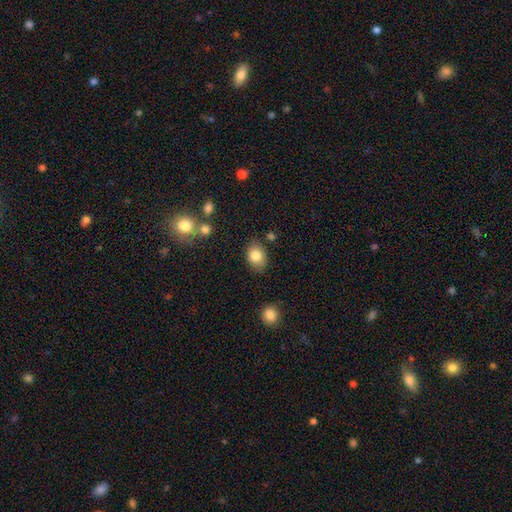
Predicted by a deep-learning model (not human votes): This is clearly a smooth galaxy (83%). How rounded: likely in between (70%). Merging: likely none (80%).